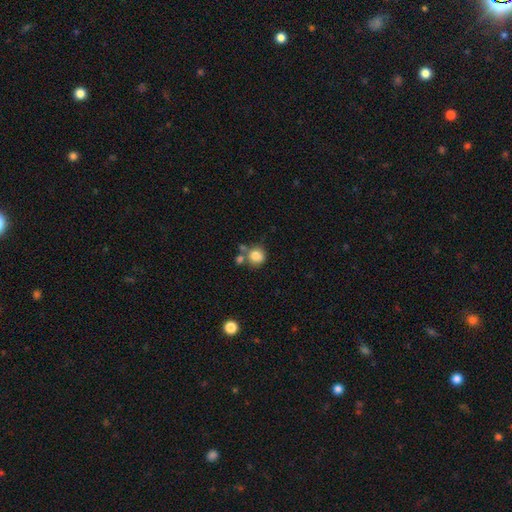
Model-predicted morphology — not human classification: This appears to be a smooth galaxy with no disk features (82%) that is round (87%). Merging: none (58%).